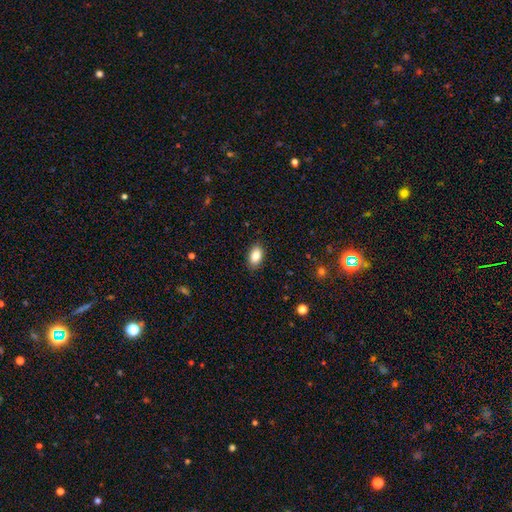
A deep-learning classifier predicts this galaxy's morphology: Smooth or featured? Predicted: smooth (p=0.86). How rounded? Predicted: in between (p=0.91). Merging? Predicted: none (p=0.88).